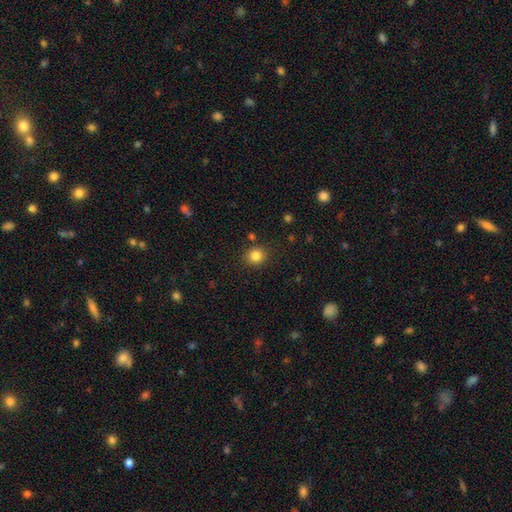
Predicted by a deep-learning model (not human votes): Smooth or featured? smooth (83%)
How rounded? round (84%)
Merging? none (86%)